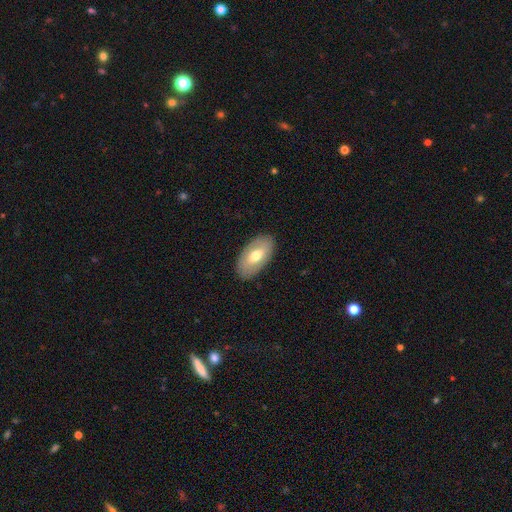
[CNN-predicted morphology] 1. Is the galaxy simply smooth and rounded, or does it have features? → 61% smooth, 33% featured or disk, 6% star or artifact.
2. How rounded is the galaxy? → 94% in between, 4% round, 3% cigar-shaped.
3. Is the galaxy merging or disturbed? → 87% none, 9% minor disturbance, 3% major disturbance, 1% merger.